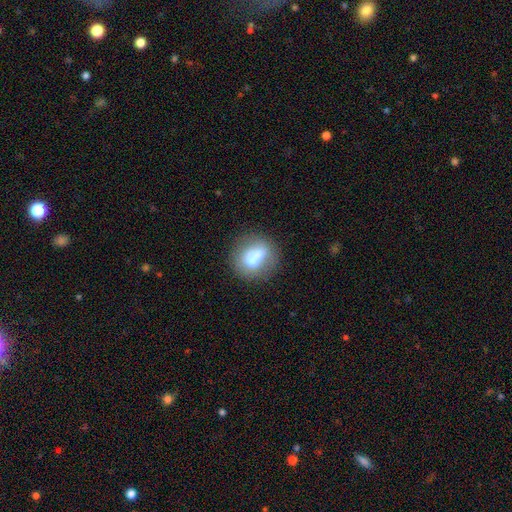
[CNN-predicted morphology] smooth-or-featured: smooth: 63% | featured or disk: 27% | star or artifact: 10%
  how-rounded: round: 71% | in between: 26% | cigar-shaped: 3%
  merging: none: 55% | merger: 19% | minor disturbance: 17% | major disturbance: 9%